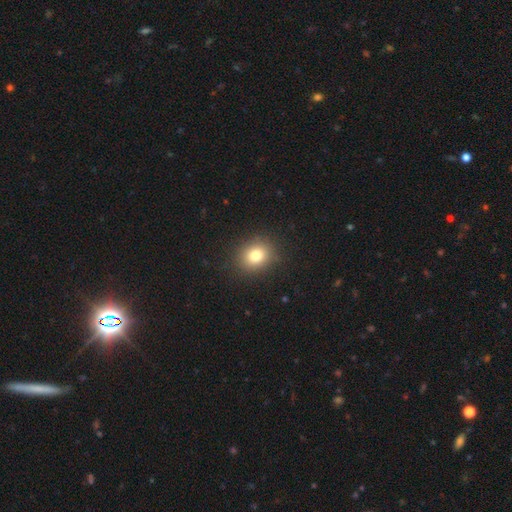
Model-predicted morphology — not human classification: A smooth galaxy with no disk features (80%) that is round (62%).

Vote fractions:
- Smooth or featured? smooth: 80% / star or artifact: 12% / featured or disk: 8%
- How rounded? round: 62% / in between: 37% / cigar-shaped: 1%
- Merging? none: 89% / minor disturbance: 8% / major disturbance: 3% / merger: 1%